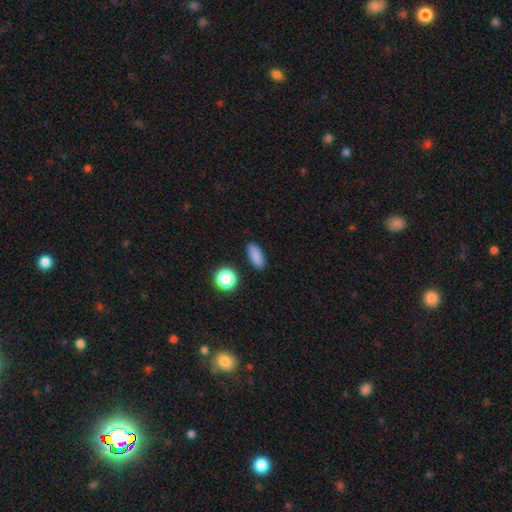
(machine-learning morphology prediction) A smooth galaxy with no disk features (84%) that is in between round and cigar-shaped (73%). Merging: none (87%).